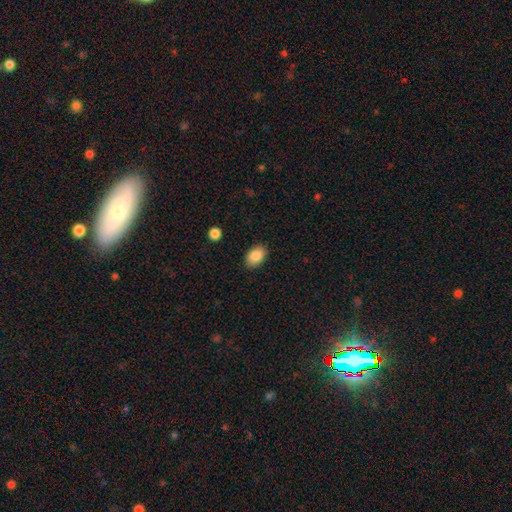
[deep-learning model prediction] Overall: smooth (88%). How rounded: in between (88%). Merging: none (87%).